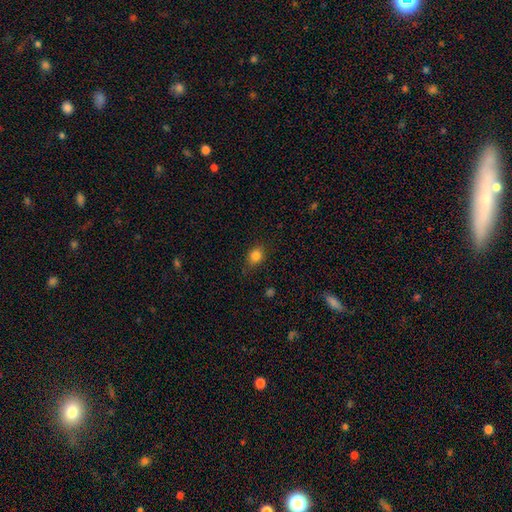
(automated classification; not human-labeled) A smooth galaxy with no disk features (83%) that is round (51%).

Vote fractions:
- Smooth or featured? smooth: 83% / star or artifact: 11% / featured or disk: 5%
- How rounded? round: 51% / in between: 47% / cigar-shaped: 1%
- Merging? none: 79% / minor disturbance: 16% / major disturbance: 4% / merger: 1%